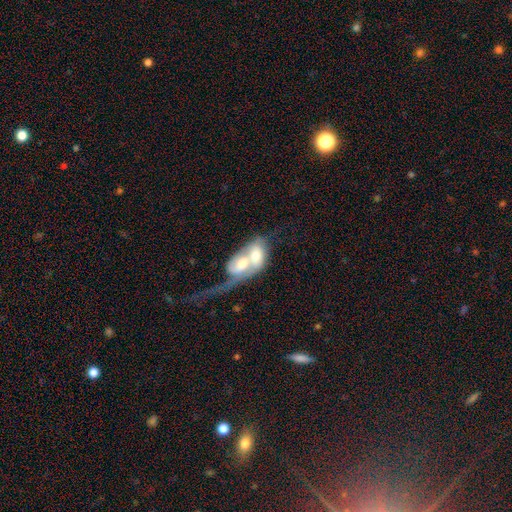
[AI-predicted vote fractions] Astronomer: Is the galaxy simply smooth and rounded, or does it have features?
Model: featured or disk — 47%, tied with smooth at 47%.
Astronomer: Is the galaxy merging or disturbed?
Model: merger — 83%.